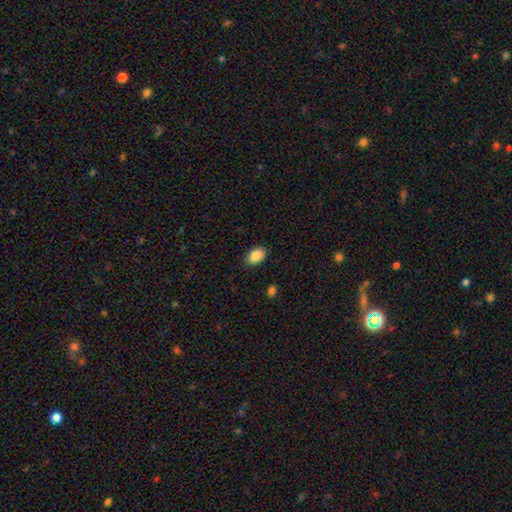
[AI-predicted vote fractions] The model was most divided on "how rounded": in between: 83%, round: 15%, cigar-shaped: 1%. More confident: smooth or featured — smooth (88%); merging — none (85%).